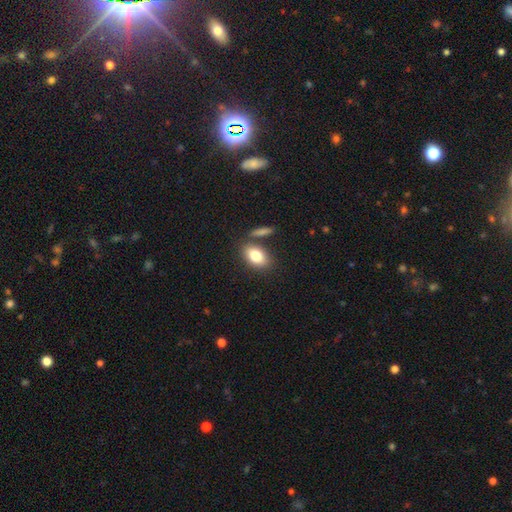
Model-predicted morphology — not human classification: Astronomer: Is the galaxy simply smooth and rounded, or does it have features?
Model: smooth — 81%.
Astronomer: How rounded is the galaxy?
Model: in between — 87%.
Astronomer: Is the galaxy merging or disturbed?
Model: none — 71%.